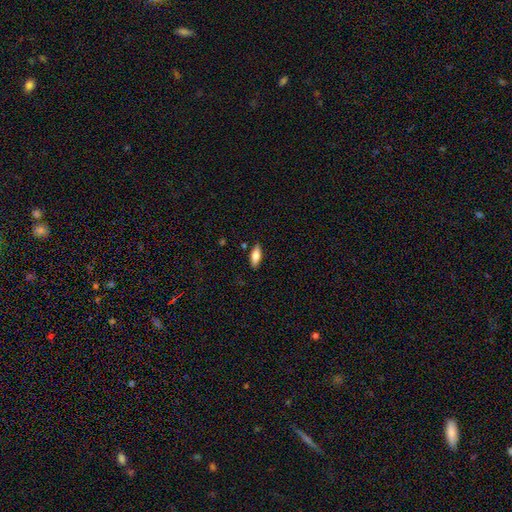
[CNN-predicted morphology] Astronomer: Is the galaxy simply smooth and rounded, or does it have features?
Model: smooth — 72%.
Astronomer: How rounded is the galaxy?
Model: in between — 68%.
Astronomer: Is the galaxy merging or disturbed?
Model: none — 86%.